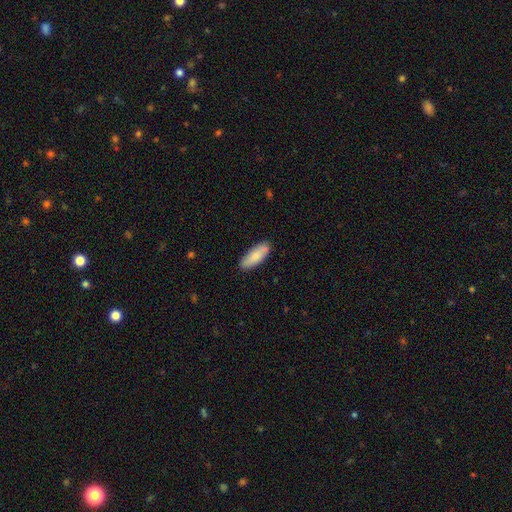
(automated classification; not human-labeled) The model was most divided on "how rounded": in between: 68%, cigar-shaped: 31%, round: 2%. More confident: smooth or featured — smooth (84%); merging — none (84%).